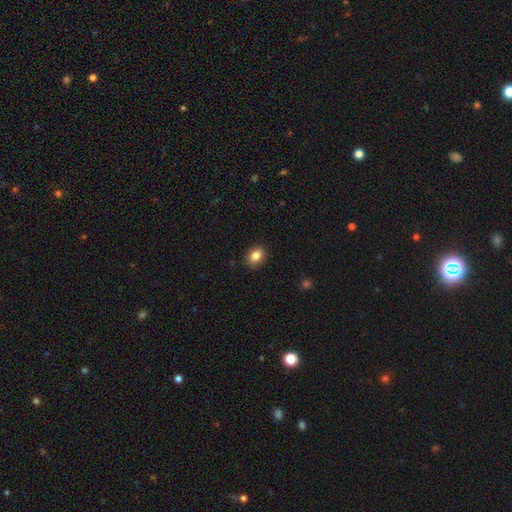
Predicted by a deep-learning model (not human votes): Smooth or featured? smooth (84%)
How rounded? in between (58%)
Merging? none (89%)